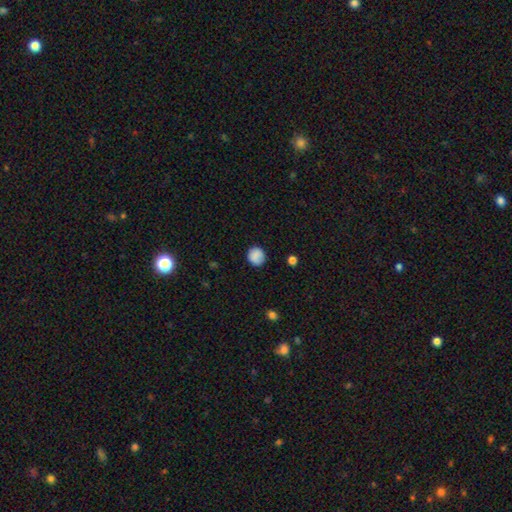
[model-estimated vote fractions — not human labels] The model was most divided on "merging": none: 83%, minor disturbance: 13%, major disturbance: 3%, merger: 1%. More confident: how rounded — round (86%); smooth or featured — smooth (85%).